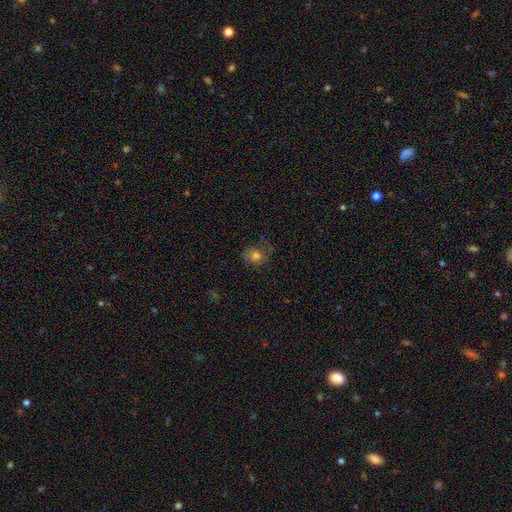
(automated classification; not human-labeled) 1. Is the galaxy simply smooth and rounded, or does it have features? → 71% smooth, 16% featured or disk, 12% star or artifact.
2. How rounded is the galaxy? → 68% round, 31% in between, 1% cigar-shaped.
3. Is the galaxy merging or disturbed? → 59% none, 24% minor disturbance, 16% major disturbance, 2% merger.